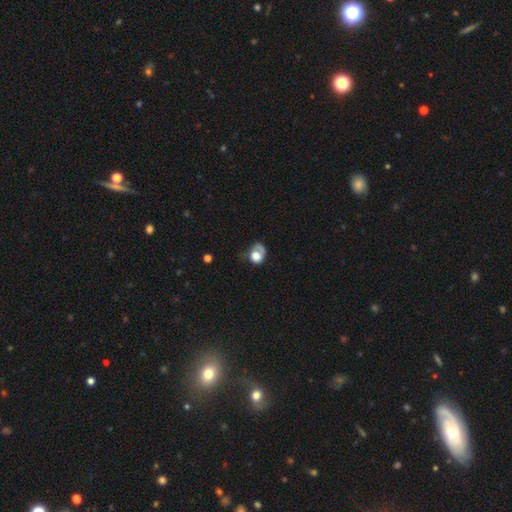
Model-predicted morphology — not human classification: Smooth or featured: smooth — 61% (featured or disk — 31%)
How rounded: round — 54% (in between — 45%)
Merging: major disturbance — 38% (none — 28%)